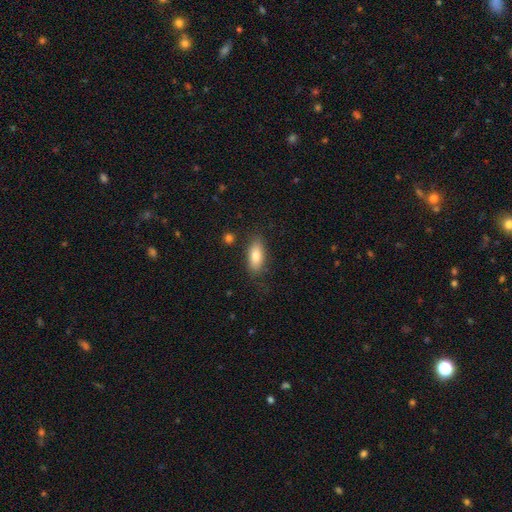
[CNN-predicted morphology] This is clearly a smooth galaxy (80%). How rounded: clearly in between (81%). Merging: clearly none (80%).